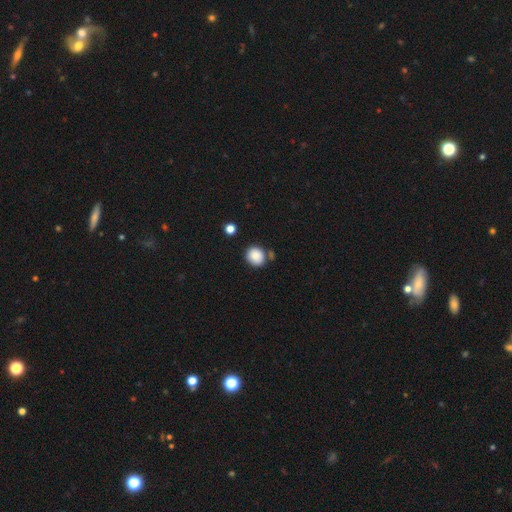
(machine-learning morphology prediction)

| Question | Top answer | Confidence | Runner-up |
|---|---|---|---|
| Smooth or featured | smooth | 86% | star or artifact (9%) |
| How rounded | round | 79% | in between (20%) |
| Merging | none | 76% | minor disturbance (12%) |